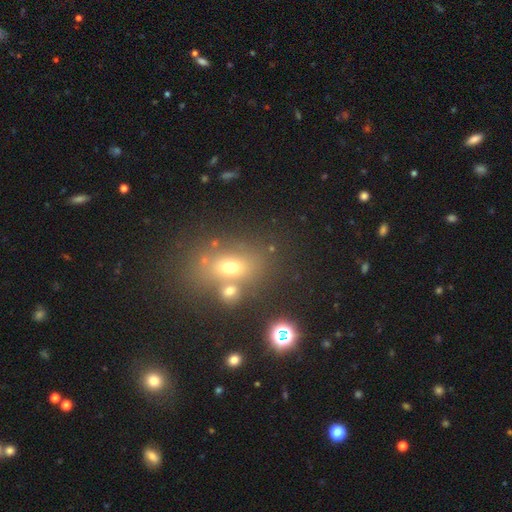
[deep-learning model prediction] This is possibly a smooth galaxy (49%). Merging: likely none (60%).